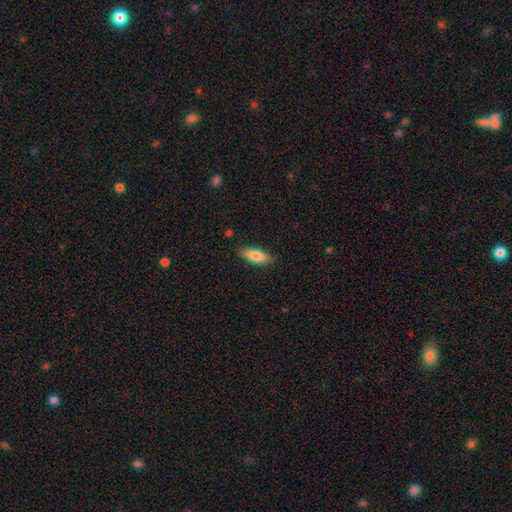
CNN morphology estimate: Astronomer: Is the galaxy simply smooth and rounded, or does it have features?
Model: smooth — 80%.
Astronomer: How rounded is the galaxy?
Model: in between — 69%.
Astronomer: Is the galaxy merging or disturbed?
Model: none — 86%.